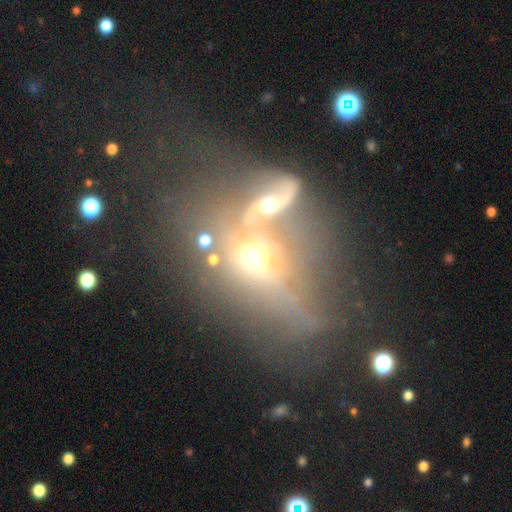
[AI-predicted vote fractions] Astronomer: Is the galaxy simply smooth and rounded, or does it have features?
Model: featured or disk — 54% (runner-up: smooth, 29%).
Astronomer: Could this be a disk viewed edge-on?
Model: no — 83%.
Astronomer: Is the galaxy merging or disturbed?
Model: merger — 61%.